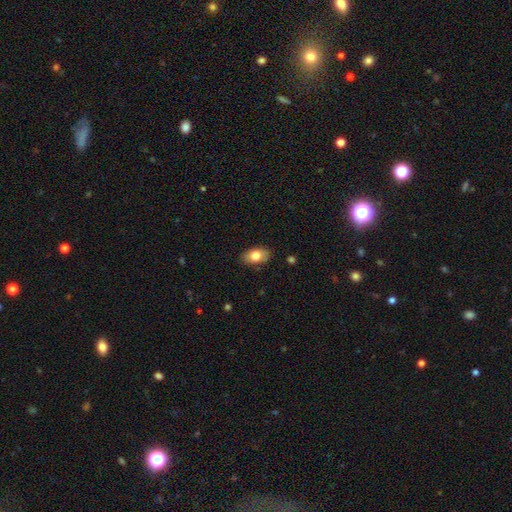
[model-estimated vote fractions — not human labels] smooth 79%, featured or disk 14%, star or artifact 7%. Down the decision tree: how rounded — in between (91%); merging — none (85%).